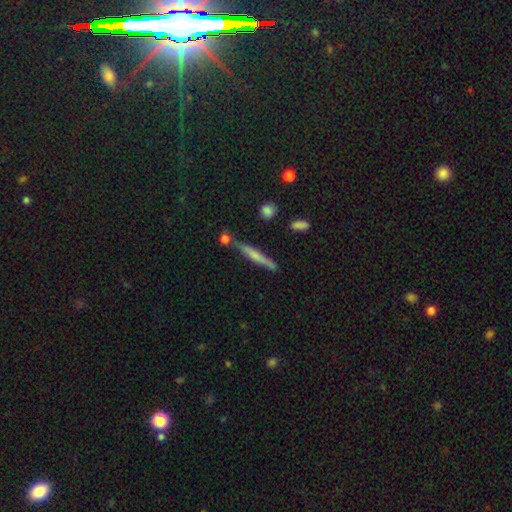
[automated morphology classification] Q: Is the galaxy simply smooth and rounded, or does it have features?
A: smooth — 48%.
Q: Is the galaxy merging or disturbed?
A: none — 74%.